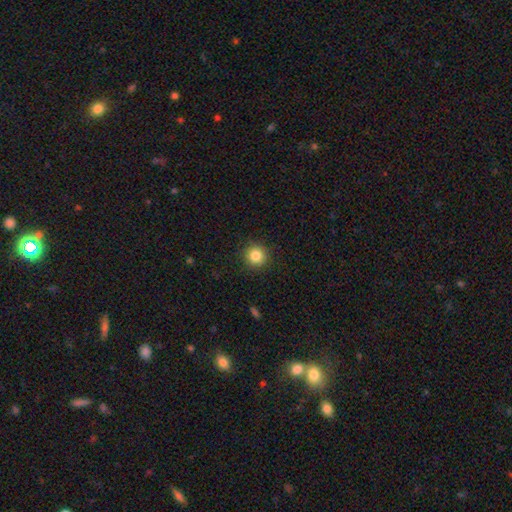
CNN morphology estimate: A smooth galaxy with no disk features (84%) that is round (95%).

Vote fractions:
- Smooth or featured? smooth: 84% / star or artifact: 11% / featured or disk: 5%
- How rounded? round: 95% / in between: 5% / cigar-shaped: 1%
- Merging? none: 91% / minor disturbance: 6% / major disturbance: 2% / merger: 1%